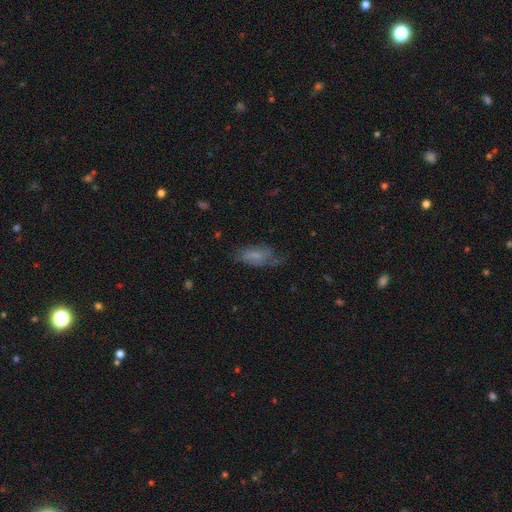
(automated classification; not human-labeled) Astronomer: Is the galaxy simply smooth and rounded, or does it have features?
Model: featured or disk — 53% (runner-up: smooth, 37%).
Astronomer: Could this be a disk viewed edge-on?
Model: no — 92%.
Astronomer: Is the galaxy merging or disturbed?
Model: none — 48% (runner-up: minor disturbance, 27%).